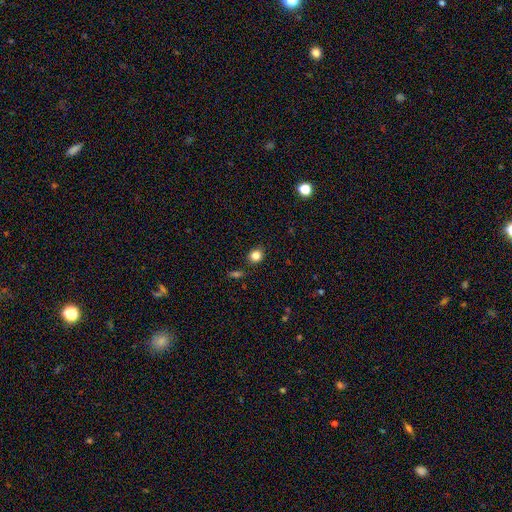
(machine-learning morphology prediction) Smooth or featured: smooth — 83% (star or artifact — 11%)
How rounded: round — 72% (in between — 27%)
Merging: none — 85% (minor disturbance — 10%)